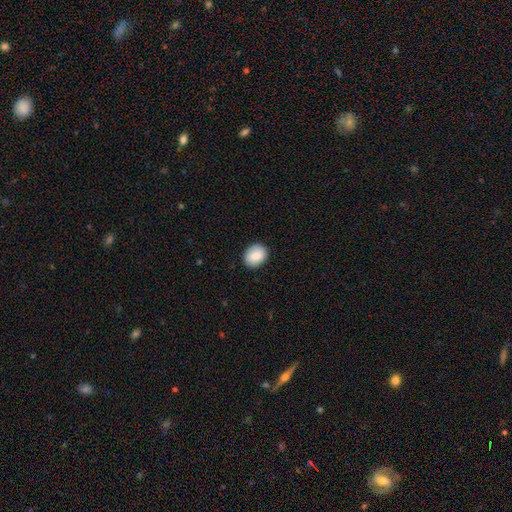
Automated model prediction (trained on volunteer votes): smooth-or-featured: smooth: 87% | star or artifact: 7% | featured or disk: 6%
  how-rounded: in between: 55% | round: 44% | cigar-shaped: 1%
  merging: none: 88% | minor disturbance: 9% | major disturbance: 2% | merger: 1%